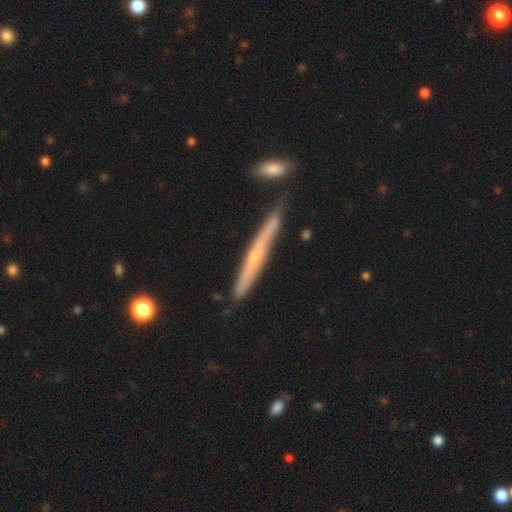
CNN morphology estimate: smooth_or_featured: featured or disk (p=0.59) [alt: smooth p=0.34]
disk_edge_on: yes (p=0.94) [alt: no p=0.06]
edge_on_bulge: none (p=0.53) [alt: rounded p=0.43]
merging: none (p=0.79) [alt: minor disturbance p=0.13]